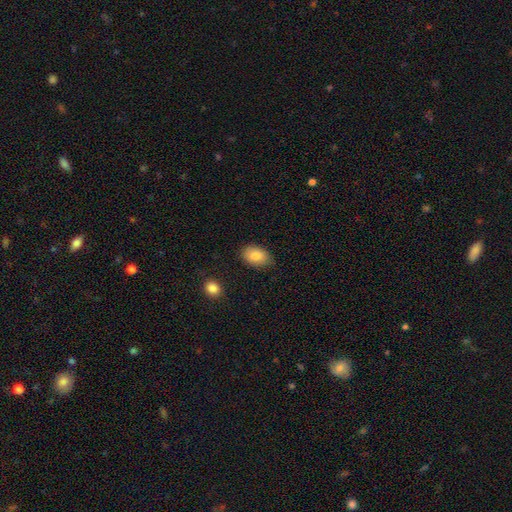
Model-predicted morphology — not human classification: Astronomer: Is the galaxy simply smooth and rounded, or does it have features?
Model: smooth — 83%.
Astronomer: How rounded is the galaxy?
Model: in between — 85%.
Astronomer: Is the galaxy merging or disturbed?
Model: none — 83%.